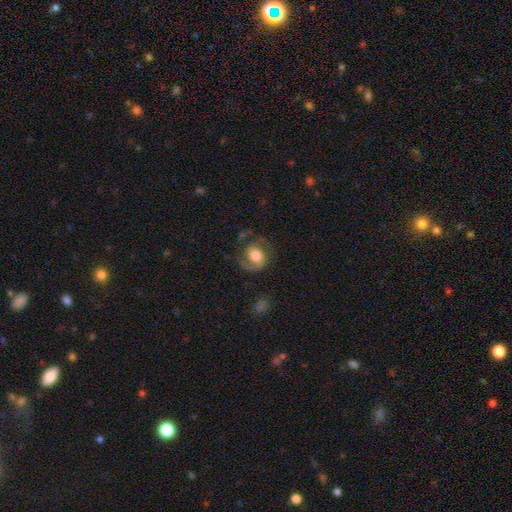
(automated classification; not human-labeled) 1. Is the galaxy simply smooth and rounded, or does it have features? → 61% featured or disk, 32% smooth, 7% star or artifact.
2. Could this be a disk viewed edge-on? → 97% no, 3% yes.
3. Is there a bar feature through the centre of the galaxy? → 64% no, 28% weak, 8% strong.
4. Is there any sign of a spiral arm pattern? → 85% yes, 15% no.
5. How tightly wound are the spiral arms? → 43% medium, 34% tight, 23% loose.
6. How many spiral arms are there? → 47% 2, 43% 1, 6% can't tell, 1% 3, 1% 4, 1% more than 4.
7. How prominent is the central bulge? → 51% moderate, 35% large, 8% small, 4% dominant, 2% none.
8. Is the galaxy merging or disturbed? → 58% none, 20% minor disturbance, 20% major disturbance, 2% merger.